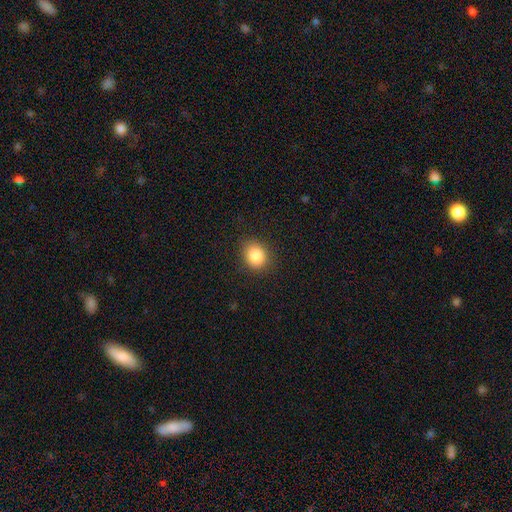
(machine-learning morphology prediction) A smooth galaxy with no disk features (86%) that is round (62%).

Vote fractions:
- Smooth or featured? smooth: 86% / star or artifact: 9% / featured or disk: 5%
- How rounded? round: 62% / in between: 37% / cigar-shaped: 1%
- Merging? none: 87% / minor disturbance: 10% / major disturbance: 3% / merger: 1%